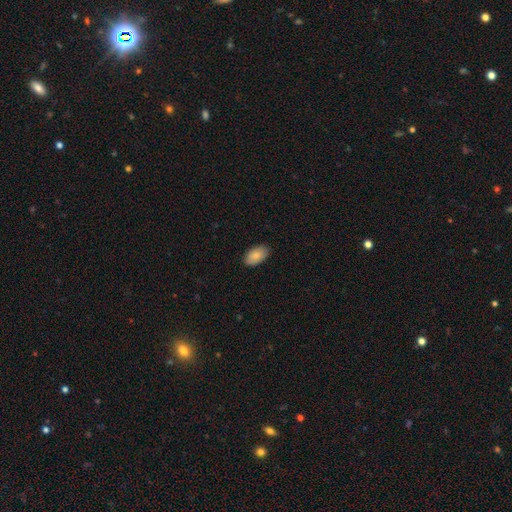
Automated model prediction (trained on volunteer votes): This is clearly a smooth galaxy (84%). How rounded: clearly in between (94%). Merging: clearly none (86%).